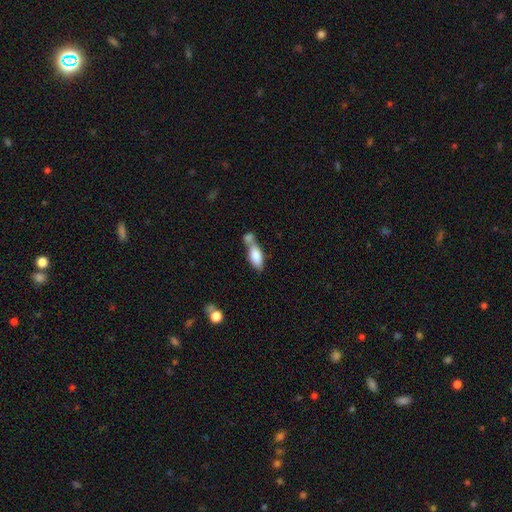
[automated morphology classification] Smooth or featured: smooth — 77% (featured or disk — 16%)
How rounded: in between — 79% (cigar-shaped — 18%)
Merging: merger — 51% (none — 29%)